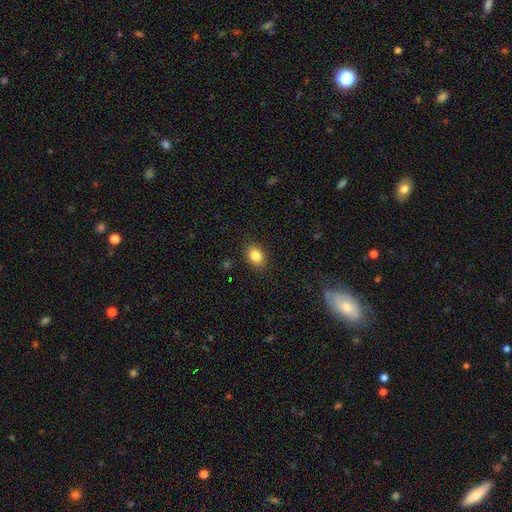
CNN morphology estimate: Overall: smooth (84%). How rounded: in between (71%). Merging: none (88%).